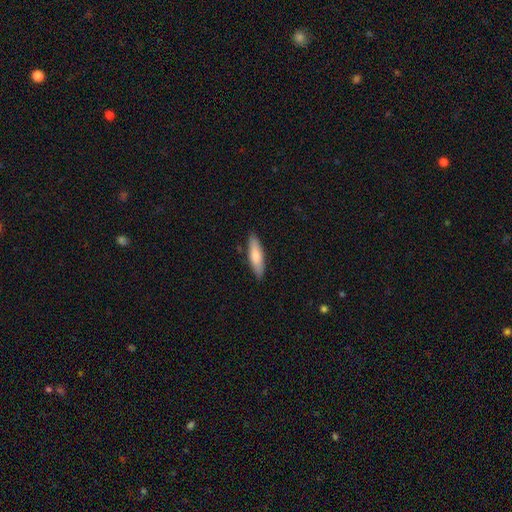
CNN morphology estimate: The model was most divided on "how rounded": cigar-shaped: 64%, in between: 35%, round: 1%. More confident: merging — none (86%); smooth or featured — smooth (76%).